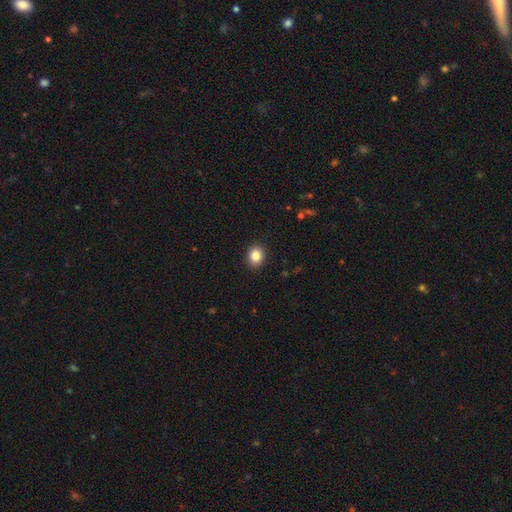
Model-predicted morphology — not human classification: Smooth or featured?
  - smooth: 86% *
  - star or artifact: 9%
  - featured or disk: 5%
How rounded?
  - round: 53% *
  - in between: 47%
  - cigar-shaped: 1%
Merging?
  - none: 90% *
  - minor disturbance: 7%
  - major disturbance: 2%
  - merger: 1%